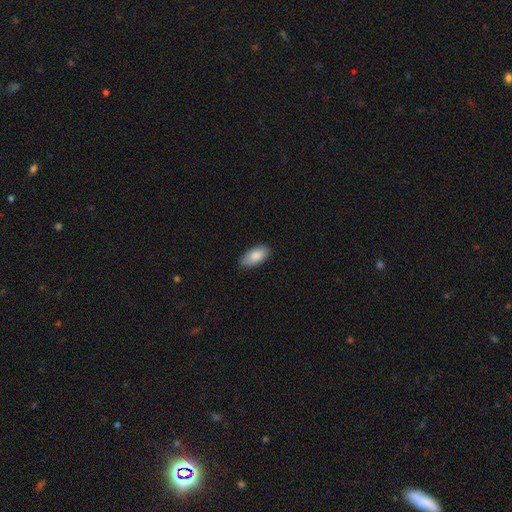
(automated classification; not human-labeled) A smooth galaxy with no disk features (87%) that is in between round and cigar-shaped (92%).

Vote fractions:
- Smooth or featured? smooth: 87% / featured or disk: 7% / star or artifact: 6%
- How rounded? in between: 92% / cigar-shaped: 6% / round: 2%
- Merging? none: 85% / minor disturbance: 12% / major disturbance: 2% / merger: 1%